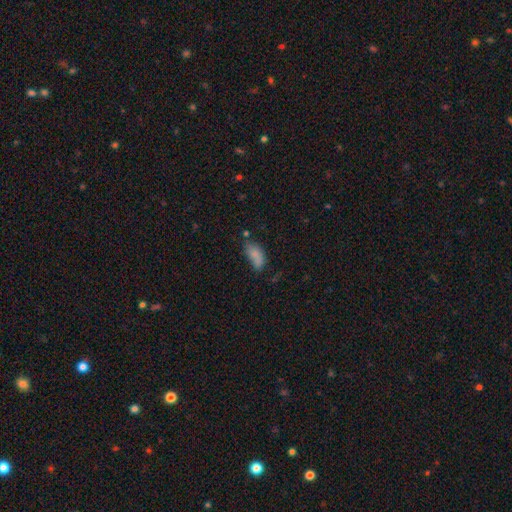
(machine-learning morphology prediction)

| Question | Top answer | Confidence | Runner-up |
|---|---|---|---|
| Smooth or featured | smooth | 78% | featured or disk (11%) |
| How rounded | in between | 89% | cigar-shaped (7%) |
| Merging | none | 44% | minor disturbance (29%) |